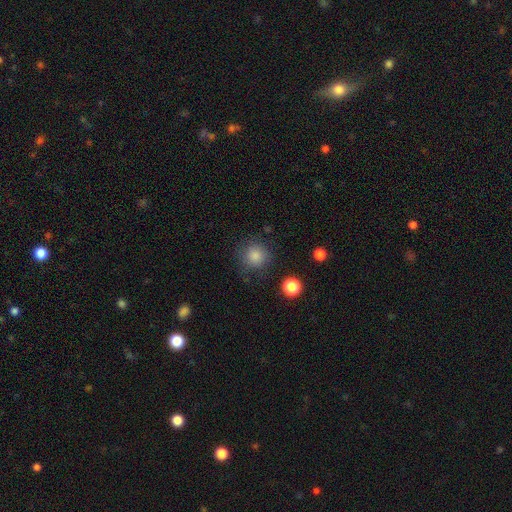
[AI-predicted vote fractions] Q: Smooth or featured?
A: smooth (83%); runner-up: star or artifact (12%)
Q: How rounded?
A: round (93%); runner-up: in between (6%)
Q: Merging?
A: none (82%); runner-up: minor disturbance (12%)